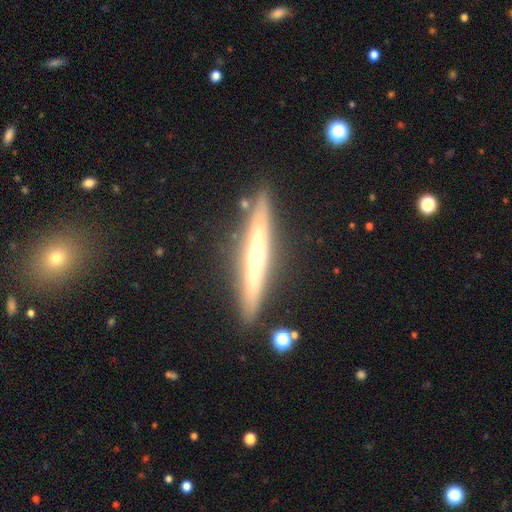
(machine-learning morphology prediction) Smooth or featured?
  - featured or disk: 69% *
  - smooth: 24%
  - star or artifact: 7%
Edge-on disk?
  - yes: 91% *
  - no: 9%
Edge-on bulge?
  - rounded: 76% *
  - none: 20%
  - boxy: 4%
Merging?
  - none: 85% *
  - minor disturbance: 10%
  - merger: 3%
  - major disturbance: 2%